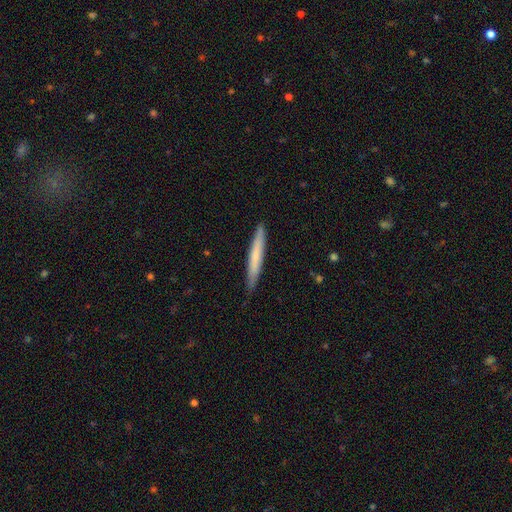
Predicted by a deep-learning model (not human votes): A smooth galaxy with no disk features (66%) that is cigar-shaped (96%).

Vote fractions:
- Smooth or featured? smooth: 66% / featured or disk: 28% / star or artifact: 5%
- How rounded? cigar-shaped: 96% / in between: 3% / round: 1%
- Merging? none: 86% / minor disturbance: 11% / major disturbance: 2% / merger: 1%